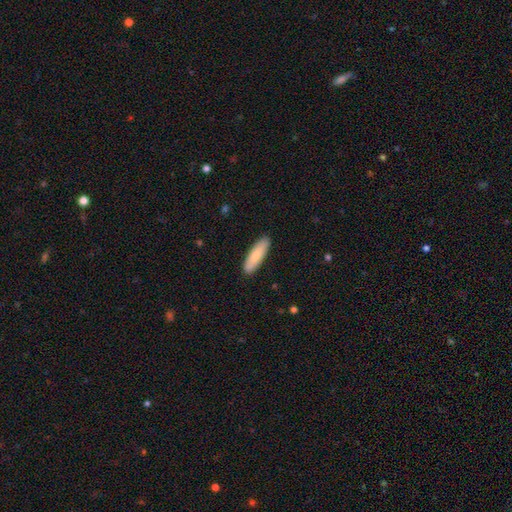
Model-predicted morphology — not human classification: This appears to be a smooth galaxy with no disk features (78%) that is cigar-shaped (59%). Merging: none (89%).